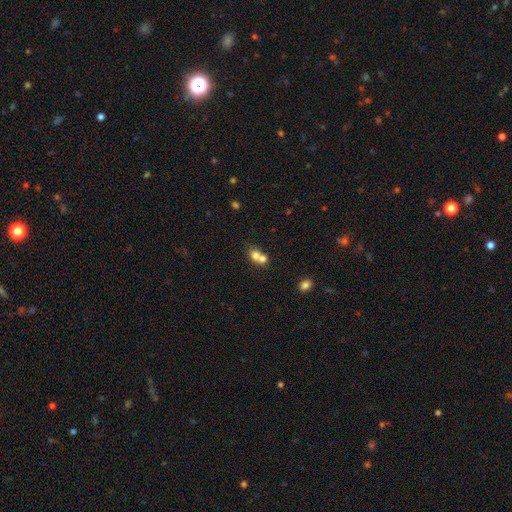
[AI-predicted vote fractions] Smooth or featured?
  - smooth: 71% *
  - featured or disk: 17%
  - star or artifact: 12%
How rounded?
  - round: 63% *
  - in between: 35%
  - cigar-shaped: 1%
Merging?
  - merger: 65% *
  - none: 26%
  - minor disturbance: 6%
  - major disturbance: 3%